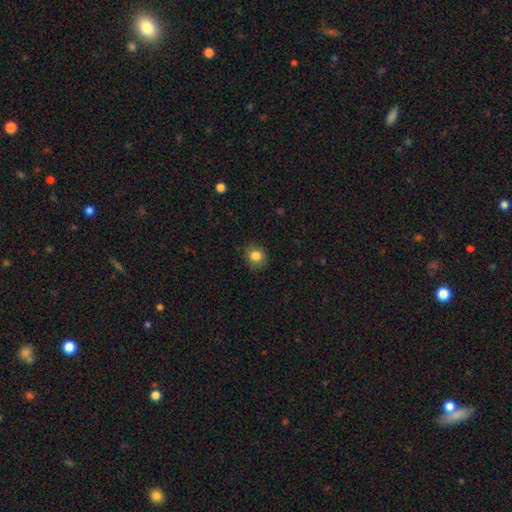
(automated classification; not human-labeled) Smooth or featured: smooth — 84% (star or artifact — 10%)
How rounded: round — 74% (in between — 25%)
Merging: none — 86% (minor disturbance — 11%)